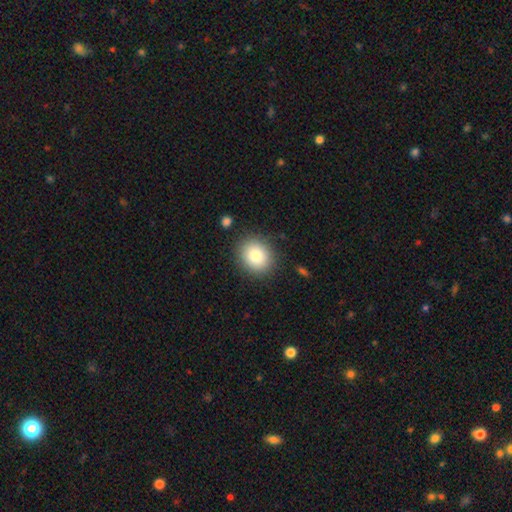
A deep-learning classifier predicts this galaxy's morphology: smooth-or-featured: smooth: 83% | star or artifact: 9% | featured or disk: 8%
  how-rounded: round: 68% | in between: 31% | cigar-shaped: 1%
  merging: none: 86% | minor disturbance: 9% | major disturbance: 3% | merger: 2%